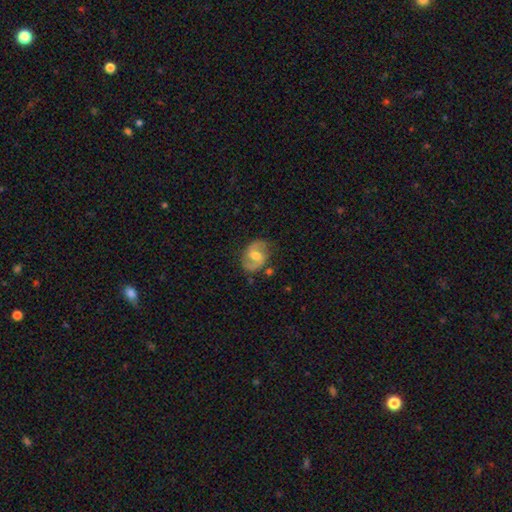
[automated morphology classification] This is likely a featured or disk galaxy (77%). It is clearly not viewed edge-on (97%). Bar: possibly weak (51%). Spiral arm pattern: clearly yes (92%). Spiral arm count: clearly 2 (90%). Spiral winding: possibly medium (55%). Central bulge: likely moderate (70%). Merging: likely none (77%).